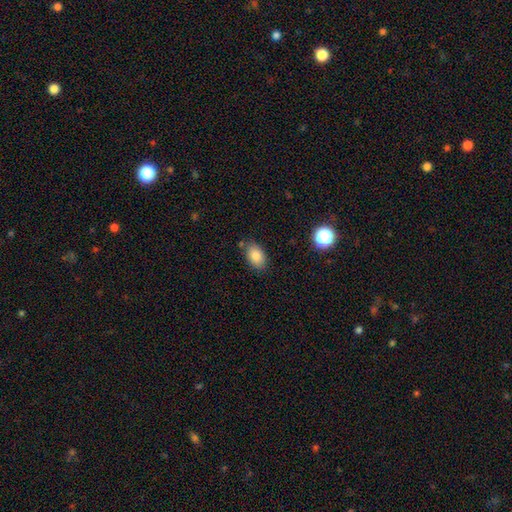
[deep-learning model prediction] The model was most divided on "merging": none: 79%, minor disturbance: 14%, merger: 5%, major disturbance: 3%. More confident: how rounded — in between (88%); smooth or featured — smooth (84%).